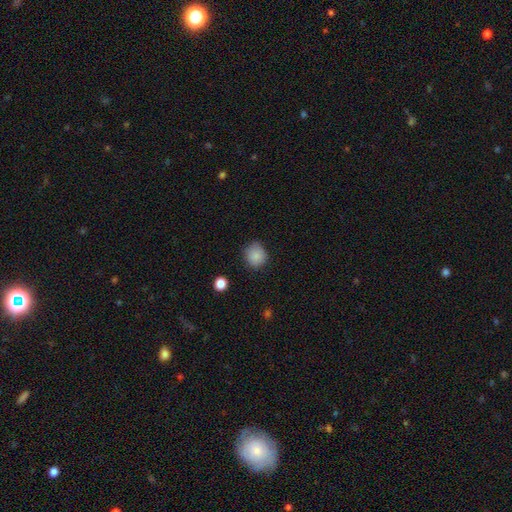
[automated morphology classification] A smooth galaxy with no disk features (86%) that is round (82%).

Vote fractions:
- Smooth or featured? smooth: 86% / star or artifact: 10% / featured or disk: 5%
- How rounded? round: 82% / in between: 18% / cigar-shaped: 1%
- Merging? none: 78% / minor disturbance: 17% / major disturbance: 4% / merger: 1%